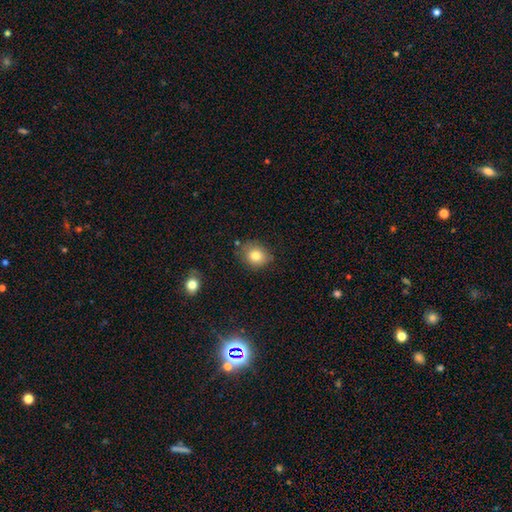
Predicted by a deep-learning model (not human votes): Morphology: type=smooth (81%); roundness=round (69%); merging=none (76%).